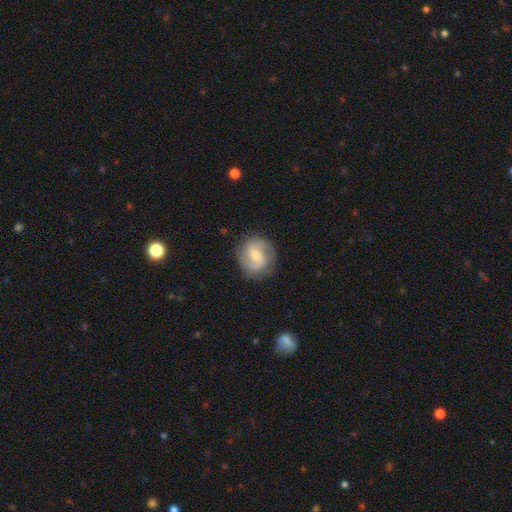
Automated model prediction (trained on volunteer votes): featured or disk 58%, smooth 35%, star or artifact 6%. Down the decision tree: edge-on disk — no (97%); bar — weak (54%); spiral arms — yes (86%); bulge size — moderate (49%); merging — none (82%).